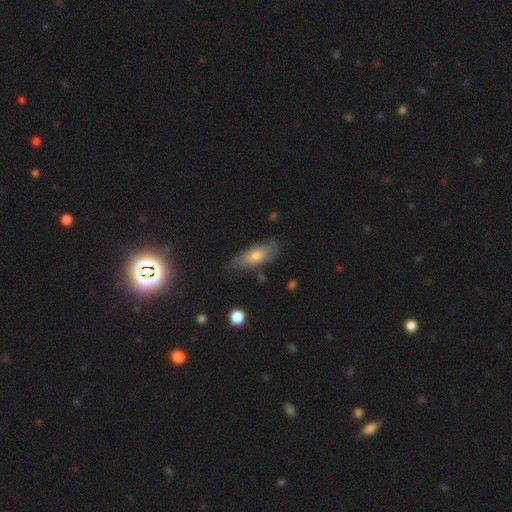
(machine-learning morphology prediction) smooth 61%, featured or disk 31%, star or artifact 8%. Down the decision tree: how rounded — in between (77%); merging — none (60%).